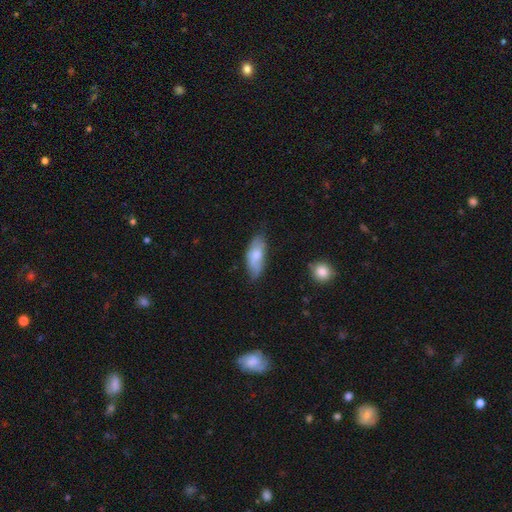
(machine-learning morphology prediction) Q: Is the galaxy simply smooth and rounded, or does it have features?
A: smooth — 71%.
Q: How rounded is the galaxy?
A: in between — 79%.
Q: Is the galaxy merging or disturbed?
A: none — 62%.